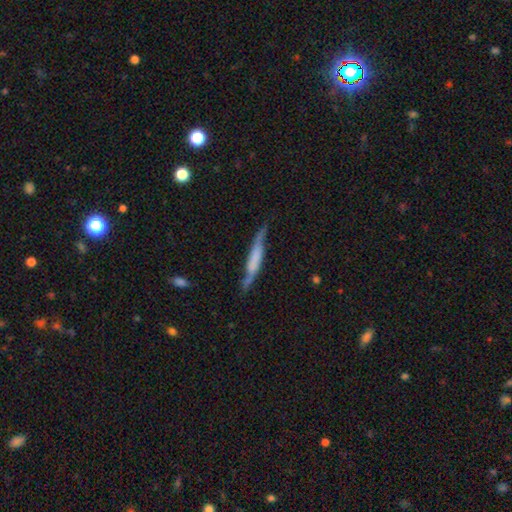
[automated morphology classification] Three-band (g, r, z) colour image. It shows a featured or disk galaxy (54%) viewed edge-on (80%). Merging: none (64%).